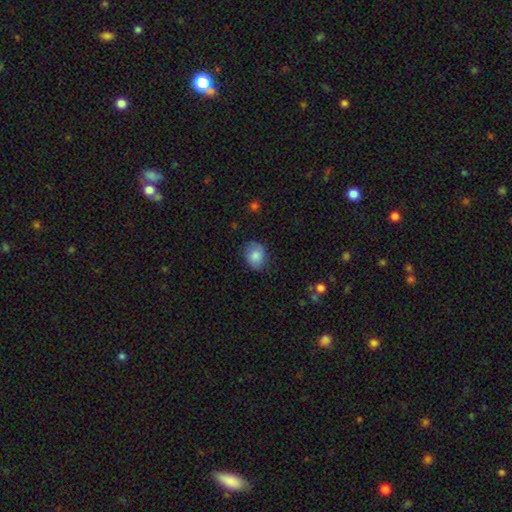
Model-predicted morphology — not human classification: This is likely a smooth galaxy (80%). How rounded: possibly in between (50%). Merging: likely none (74%).